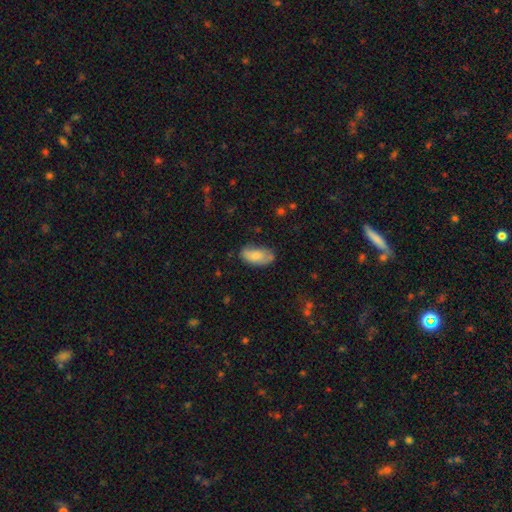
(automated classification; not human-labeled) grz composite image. It shows a smooth galaxy with no disk features (81%) that is in between round and cigar-shaped (92%). Merging: none (65%).